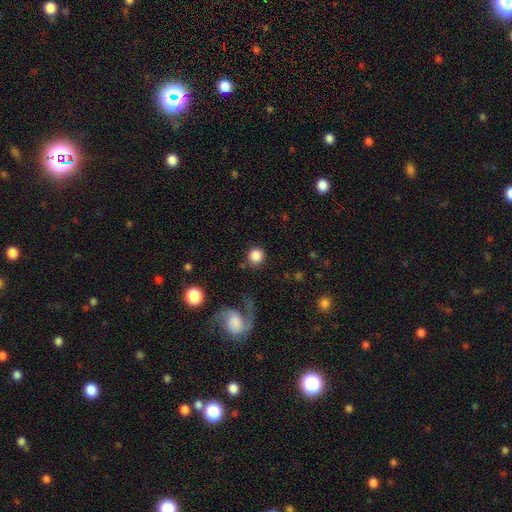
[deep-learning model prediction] Smooth or featured? Predicted: smooth (p=0.85). How rounded? Predicted: round (p=0.93). Merging? Predicted: none (p=0.86).